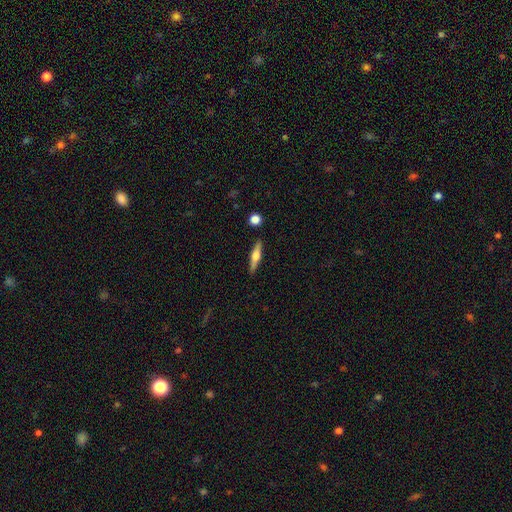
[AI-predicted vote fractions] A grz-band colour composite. It shows a featured or disk galaxy (56%) viewed edge-on (96%) with a rounded central bulge (88%). Merging: none (88%).